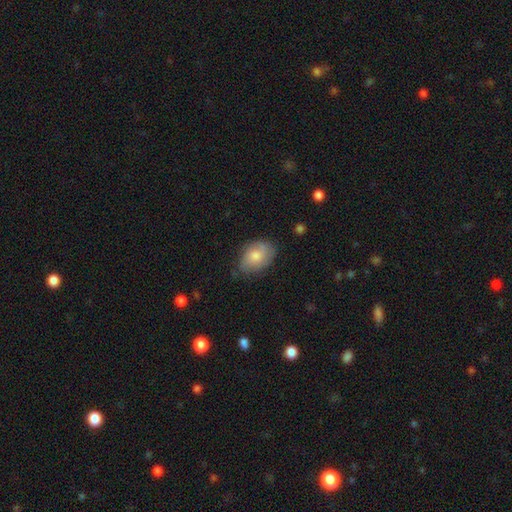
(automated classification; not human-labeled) Smooth or featured? Predicted: smooth (p=0.68). How rounded? Predicted: in between (p=0.82). Merging? Predicted: none (p=0.66).